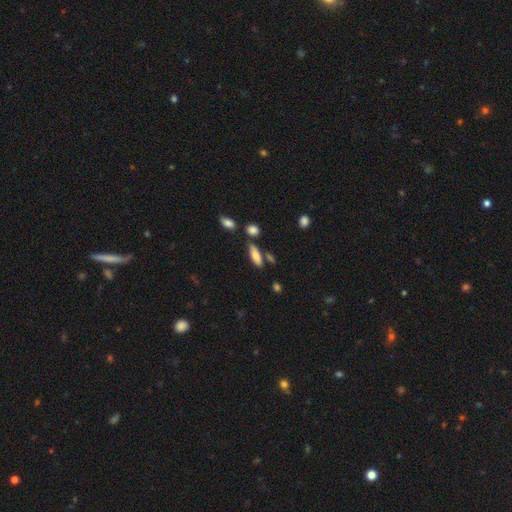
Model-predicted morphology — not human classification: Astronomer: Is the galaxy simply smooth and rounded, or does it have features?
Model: smooth — 74%.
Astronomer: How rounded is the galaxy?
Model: in between — 61% (runner-up: cigar-shaped, 36%).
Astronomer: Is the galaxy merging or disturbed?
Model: none — 72%.